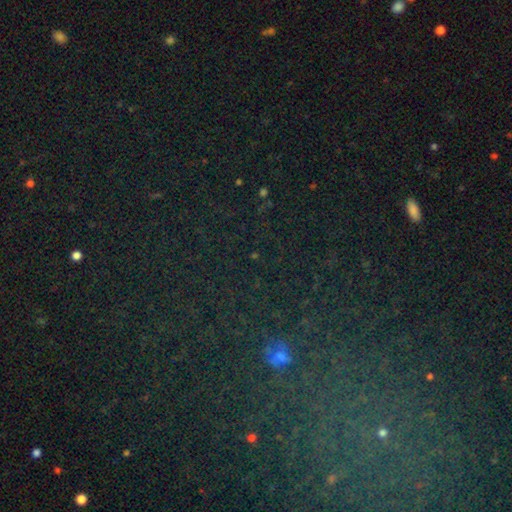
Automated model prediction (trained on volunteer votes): star or artifact 78%, smooth 13%, featured or disk 9%.